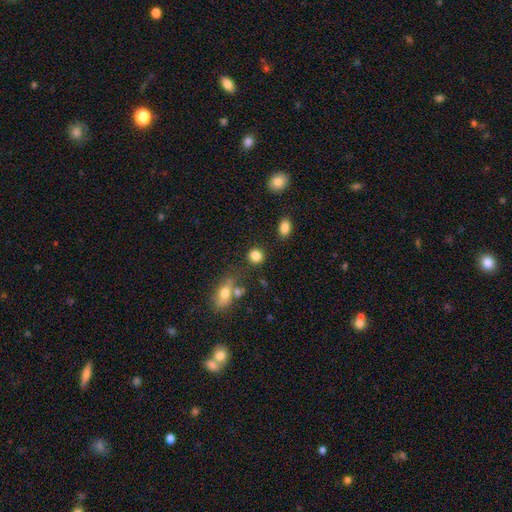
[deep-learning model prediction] This is clearly a smooth galaxy (85%). How rounded: likely round (78%). Merging: likely none (79%).